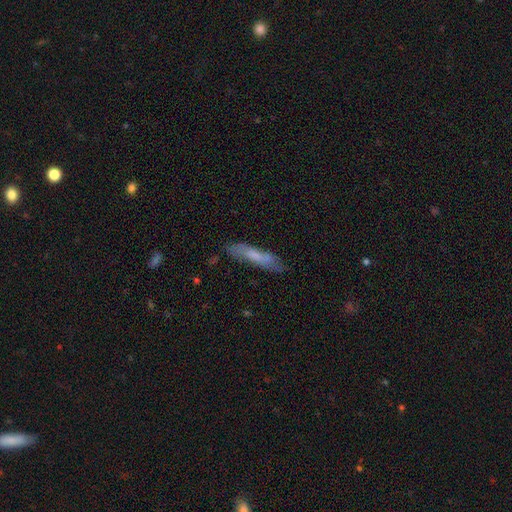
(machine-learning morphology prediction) Smooth or featured? Predicted: smooth (p=0.57). How rounded? Predicted: cigar-shaped (p=0.84). Merging? Predicted: none (p=0.71).